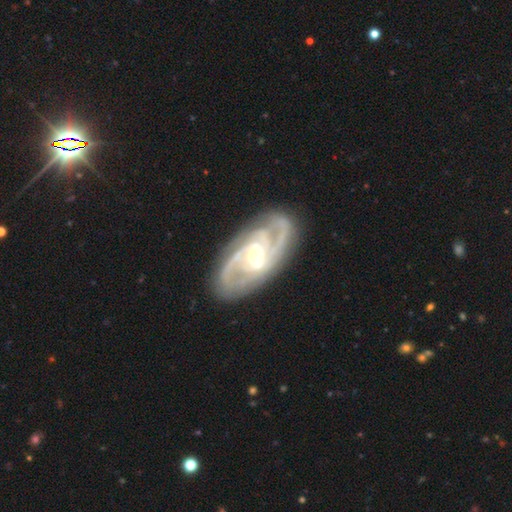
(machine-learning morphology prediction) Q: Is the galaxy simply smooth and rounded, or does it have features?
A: featured or disk — 91%.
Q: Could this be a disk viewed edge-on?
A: no — 95%.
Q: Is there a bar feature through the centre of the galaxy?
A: weak — 44%.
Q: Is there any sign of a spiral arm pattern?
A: yes — 98%.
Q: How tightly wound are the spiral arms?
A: tight — 47%.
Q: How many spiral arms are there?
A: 2 — 45%.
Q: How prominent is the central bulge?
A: moderate — 61%.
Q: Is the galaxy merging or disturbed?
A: none — 83%.